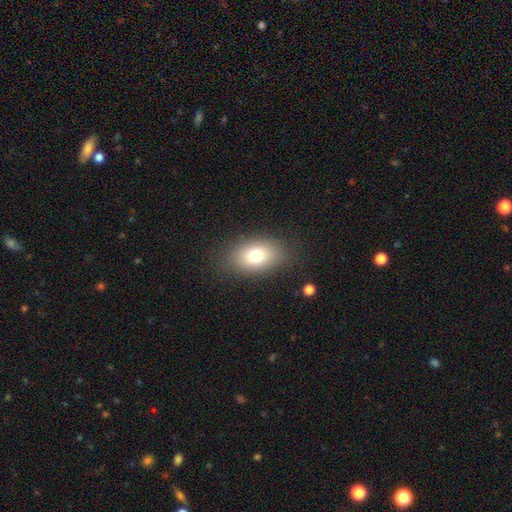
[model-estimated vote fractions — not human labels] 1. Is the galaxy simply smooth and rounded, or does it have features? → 76% smooth, 13% featured or disk, 11% star or artifact.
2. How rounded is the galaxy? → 82% in between, 16% round, 1% cigar-shaped.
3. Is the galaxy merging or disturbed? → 84% none, 11% minor disturbance, 4% major disturbance, 1% merger.